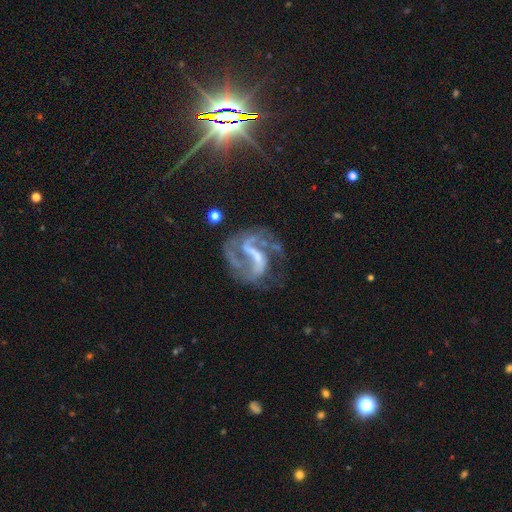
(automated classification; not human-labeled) A featured or disk galaxy (84%) with a strong bar (44%), 2 (72%) medium (51%) spiral arms (92%) and no central bulge (42%). Merging: none (52%).